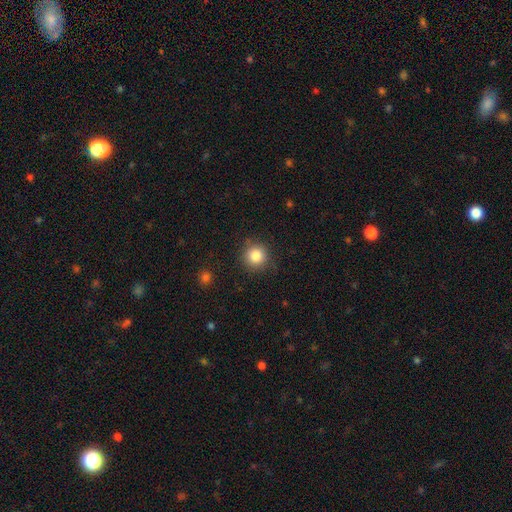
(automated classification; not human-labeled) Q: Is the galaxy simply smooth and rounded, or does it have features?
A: smooth — 84%.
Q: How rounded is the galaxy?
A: round — 94%.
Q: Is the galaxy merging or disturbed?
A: none — 87%.